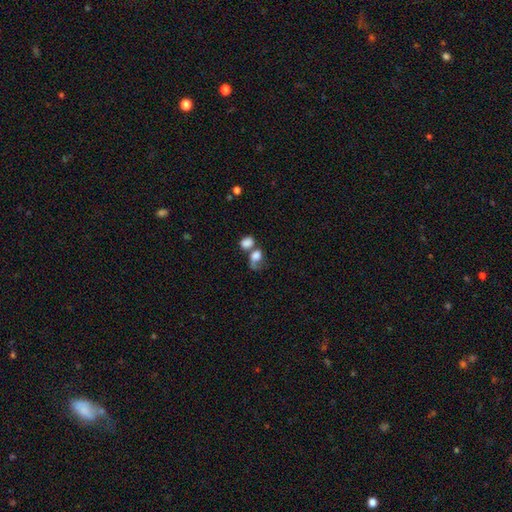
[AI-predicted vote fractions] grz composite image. It shows a smooth galaxy with no disk features (73%) that is in between round and cigar-shaped (63%). Merging: merger (55%).